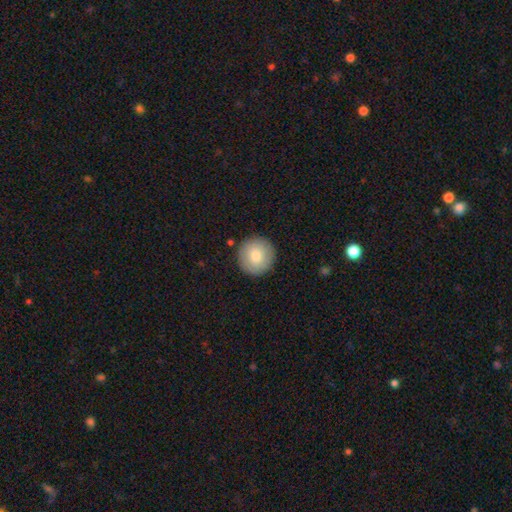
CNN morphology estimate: type=smooth (80%); roundness=round (96%); merging=none (91%).